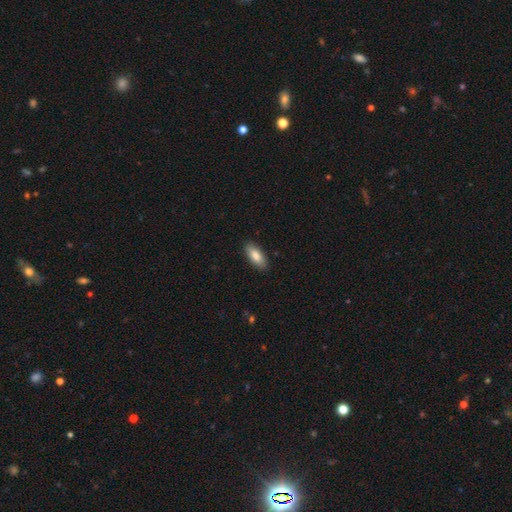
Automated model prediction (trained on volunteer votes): Smooth or featured?
  - smooth: 85% *
  - featured or disk: 9%
  - star or artifact: 6%
How rounded?
  - in between: 82% *
  - cigar-shaped: 16%
  - round: 2%
Merging?
  - none: 89% *
  - minor disturbance: 9%
  - major disturbance: 2%
  - merger: 1%